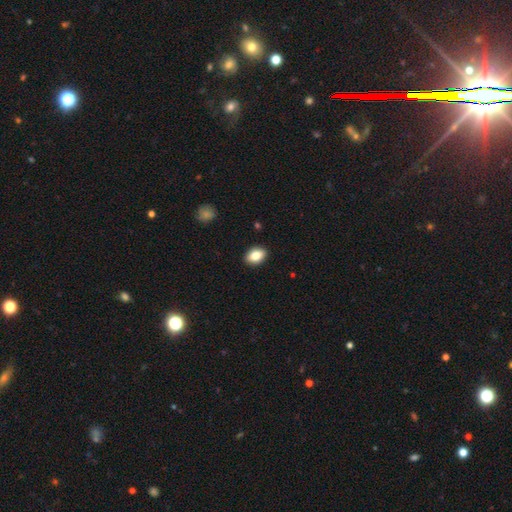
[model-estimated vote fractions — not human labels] Smooth or featured? Predicted: smooth (p=0.82). How rounded? Predicted: in between (p=0.83). Merging? Predicted: none (p=0.90).